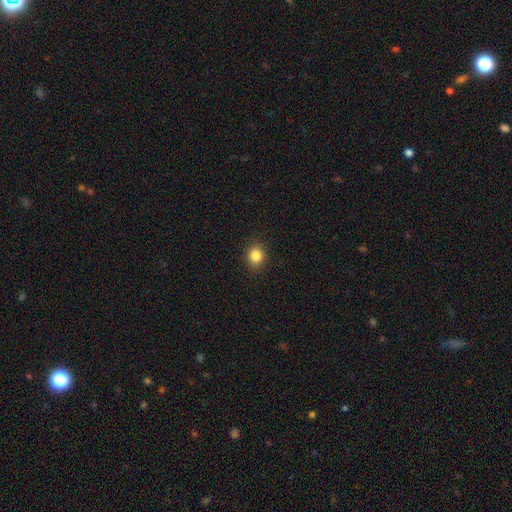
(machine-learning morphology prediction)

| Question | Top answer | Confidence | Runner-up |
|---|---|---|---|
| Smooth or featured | smooth | 84% | star or artifact (11%) |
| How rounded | round | 71% | in between (28%) |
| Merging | none | 91% | minor disturbance (7%) |